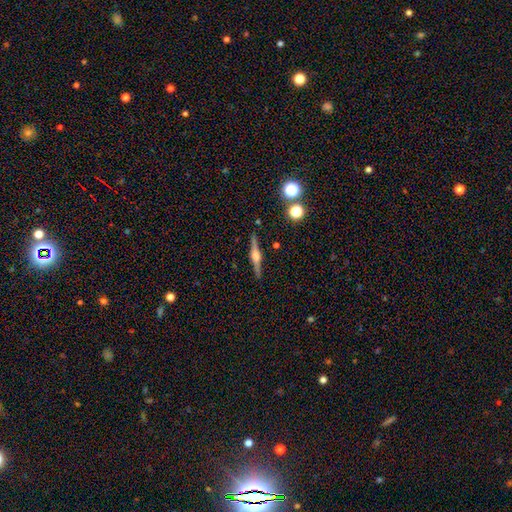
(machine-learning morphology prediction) Overall: featured or disk (82%). Edge-on disk: yes (98%). Edge-on bulge: rounded (88%). Merging: none (91%).